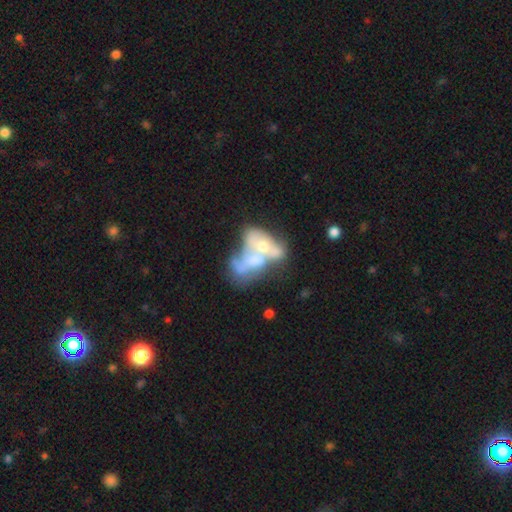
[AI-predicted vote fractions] Smooth or featured? Predicted: featured or disk (p=0.57). Edge-on disk? Predicted: no (p=0.95). Bar? Predicted: no (p=0.84). Spiral arms? Predicted: no (p=0.84). Bulge size? Predicted: moderate (p=0.50). Merging? Predicted: merger (p=0.68).